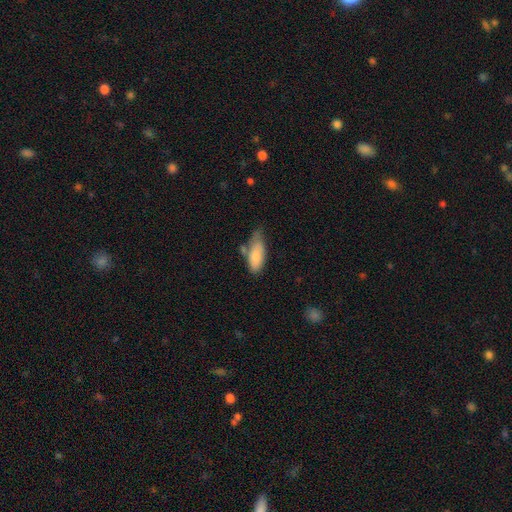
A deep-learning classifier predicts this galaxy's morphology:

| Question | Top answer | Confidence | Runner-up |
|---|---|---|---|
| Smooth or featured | smooth | 82% | featured or disk (12%) |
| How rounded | in between | 78% | cigar-shaped (20%) |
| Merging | none | 43% | minor disturbance (34%) |